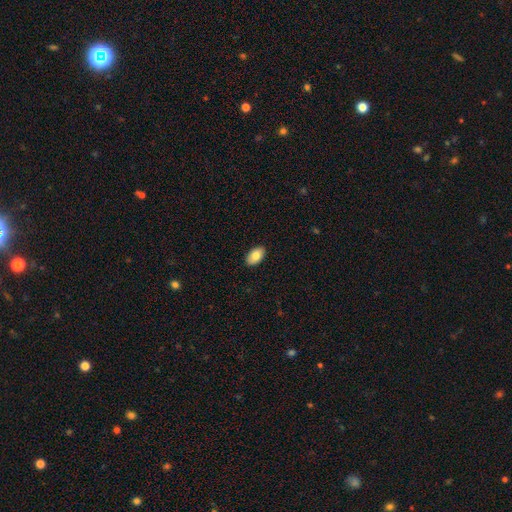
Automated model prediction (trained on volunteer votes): This appears to be a smooth galaxy with no disk features (80%) that is in between round and cigar-shaped (94%). Merging: none (89%).